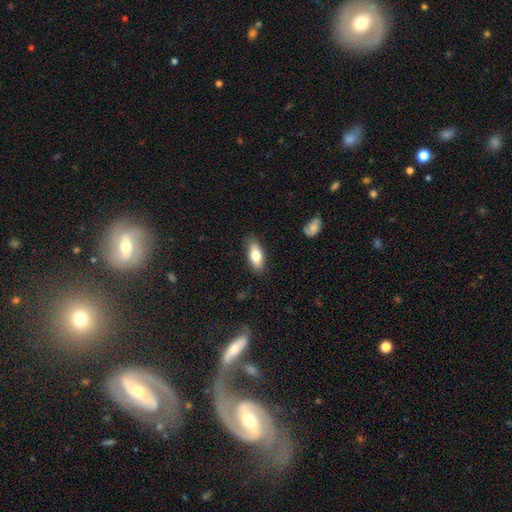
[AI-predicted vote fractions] Smooth or featured: smooth — 77% (featured or disk — 17%)
How rounded: in between — 83% (cigar-shaped — 15%)
Merging: none — 85% (minor disturbance — 12%)